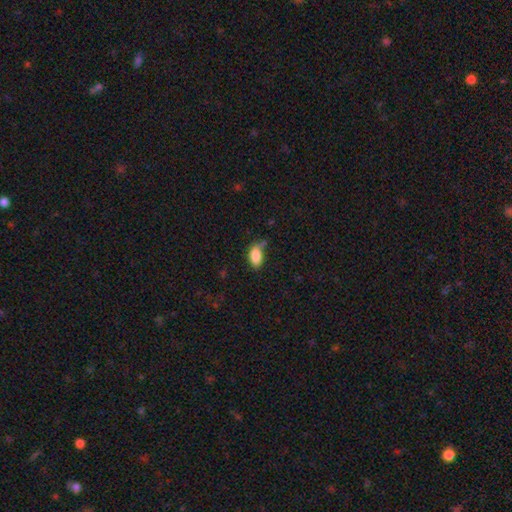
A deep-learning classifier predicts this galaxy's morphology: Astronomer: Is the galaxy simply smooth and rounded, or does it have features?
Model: smooth — 86%.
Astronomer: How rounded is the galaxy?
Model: in between — 92%.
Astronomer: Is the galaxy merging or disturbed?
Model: none — 51% (runner-up: minor disturbance, 30%).